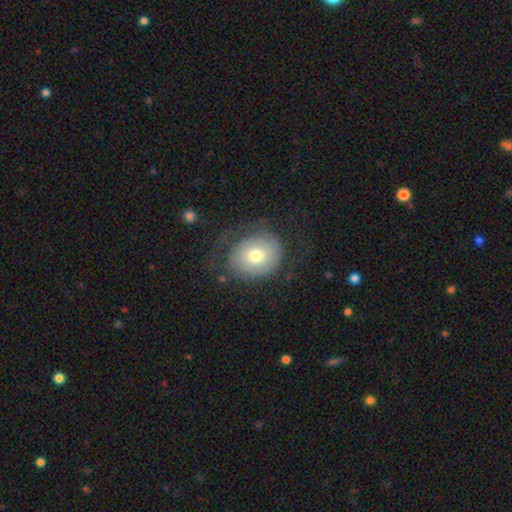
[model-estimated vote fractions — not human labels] Smooth or featured: smooth — 49% (featured or disk — 44%)
Merging: none — 60% (minor disturbance — 20%)